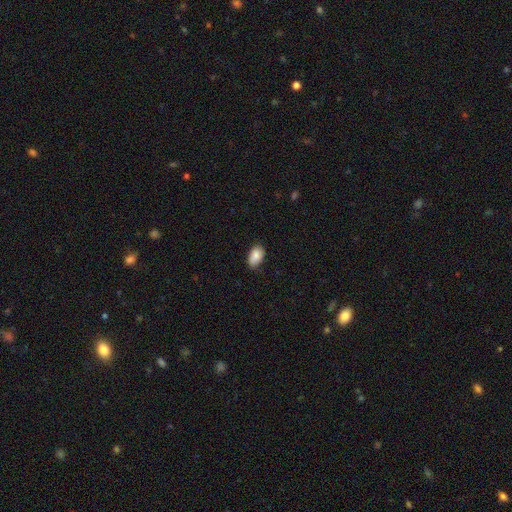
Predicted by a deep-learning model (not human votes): Smooth or featured: smooth — 86% (star or artifact — 7%)
How rounded: in between — 92% (round — 7%)
Merging: none — 75% (minor disturbance — 21%)